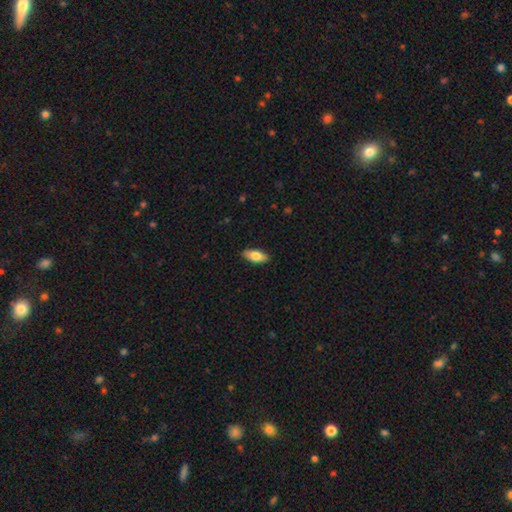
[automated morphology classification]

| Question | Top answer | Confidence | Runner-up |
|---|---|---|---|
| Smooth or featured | smooth | 78% | featured or disk (16%) |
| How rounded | in between | 83% | cigar-shaped (14%) |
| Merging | none | 89% | minor disturbance (9%) |